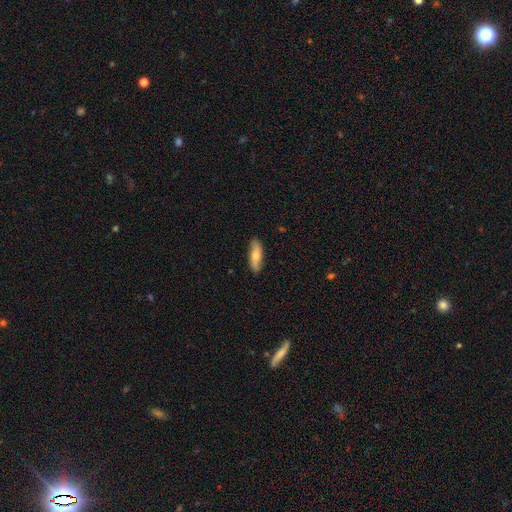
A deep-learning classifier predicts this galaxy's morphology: Smooth or featured: smooth — 64% (featured or disk — 30%)
How rounded: in between — 50% (cigar-shaped — 48%)
Merging: none — 86% (minor disturbance — 11%)